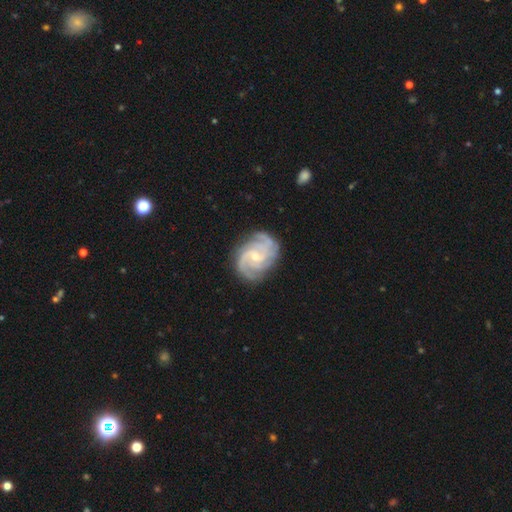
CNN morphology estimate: Smooth or featured? featured or disk (91%)
Edge-on disk? no (98%)
Bar? no (51%)
Spiral arms? yes (98%)
Spiral winding? tight (55%)
Spiral arm count? 3 (38%)
Bulge size? small (66%)
Merging? none (79%)